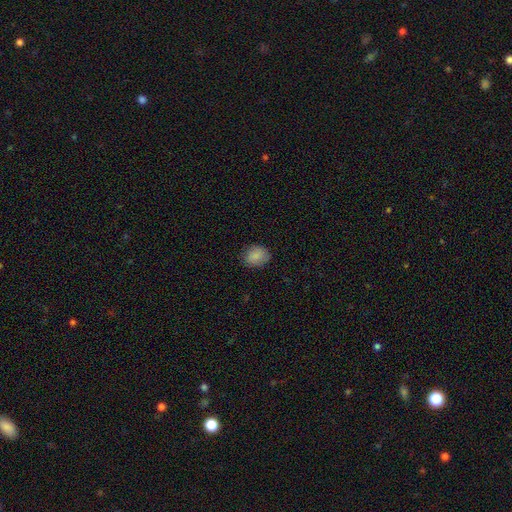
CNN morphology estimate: Smooth or featured?
  - smooth: 87% *
  - star or artifact: 8%
  - featured or disk: 6%
How rounded?
  - round: 50% *
  - in between: 49%
  - cigar-shaped: 1%
Merging?
  - none: 81% *
  - minor disturbance: 15%
  - major disturbance: 3%
  - merger: 1%